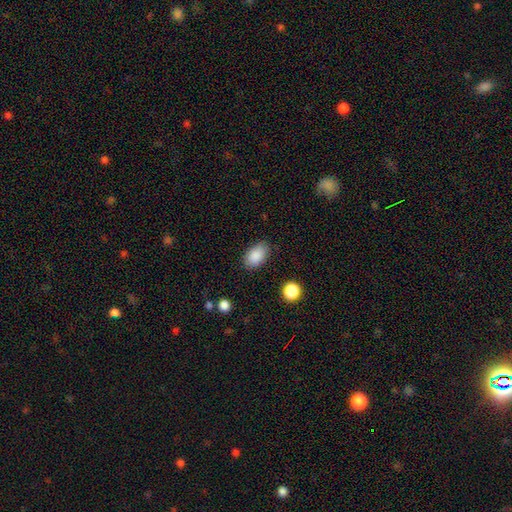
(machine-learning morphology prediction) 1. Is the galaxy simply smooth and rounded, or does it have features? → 88% smooth, 7% star or artifact, 4% featured or disk.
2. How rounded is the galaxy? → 92% in between, 7% round, 1% cigar-shaped.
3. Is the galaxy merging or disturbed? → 84% none, 11% minor disturbance, 3% major disturbance, 1% merger.